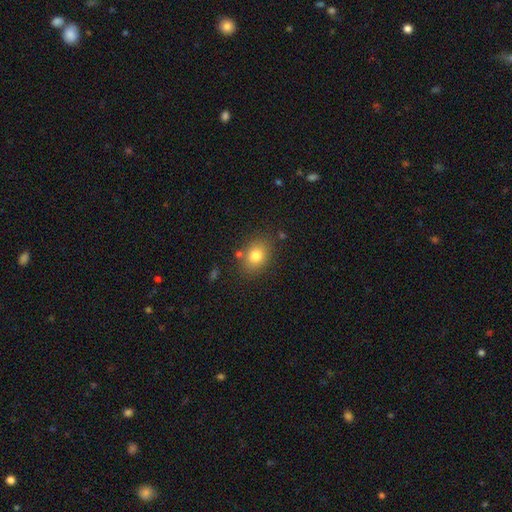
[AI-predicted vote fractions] Smooth or featured: smooth — 79% (star or artifact — 11%)
How rounded: in between — 54% (round — 45%)
Merging: none — 80% (minor disturbance — 12%)